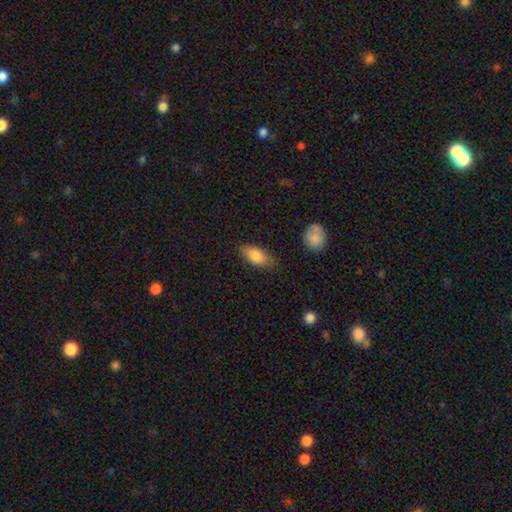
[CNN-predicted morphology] Smooth or featured? Predicted: smooth (p=0.83). How rounded? Predicted: in between (p=0.87). Merging? Predicted: none (p=0.75).